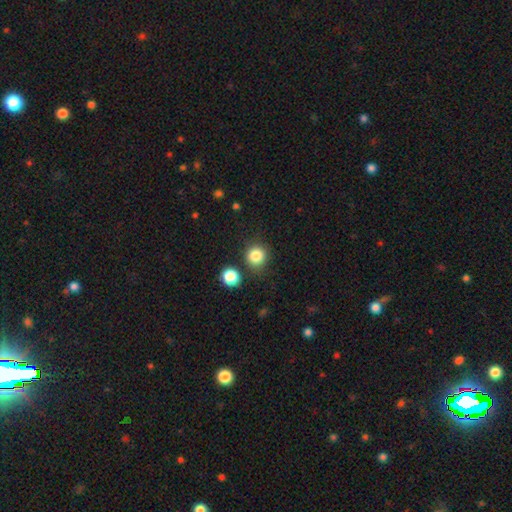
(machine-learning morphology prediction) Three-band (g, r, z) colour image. It shows a smooth galaxy with no disk features (84%) that is round (90%). Merging: none (80%).